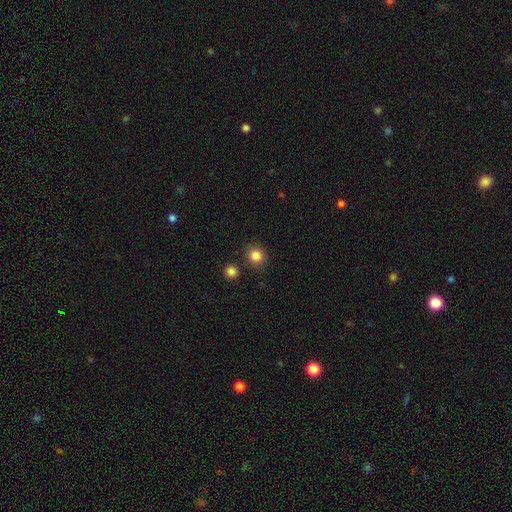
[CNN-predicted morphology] smooth_or_featured: smooth (p=0.85) [alt: star or artifact p=0.11]
how_rounded: round (p=0.89) [alt: in between p=0.10]
merging: none (p=0.85) [alt: minor disturbance p=0.08]